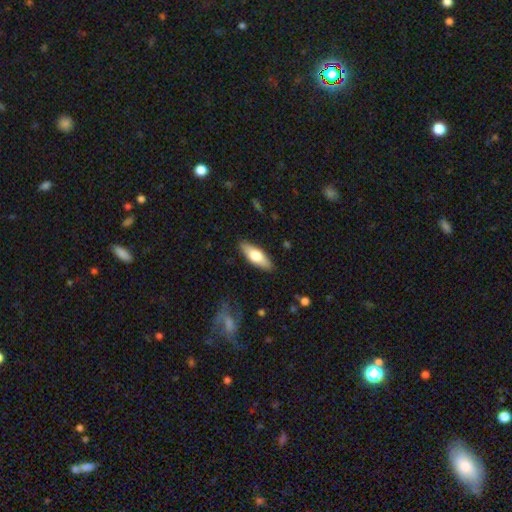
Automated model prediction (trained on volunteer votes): Smooth or featured: smooth — 65% (featured or disk — 29%)
How rounded: in between — 68% (cigar-shaped — 30%)
Merging: none — 88% (minor disturbance — 9%)